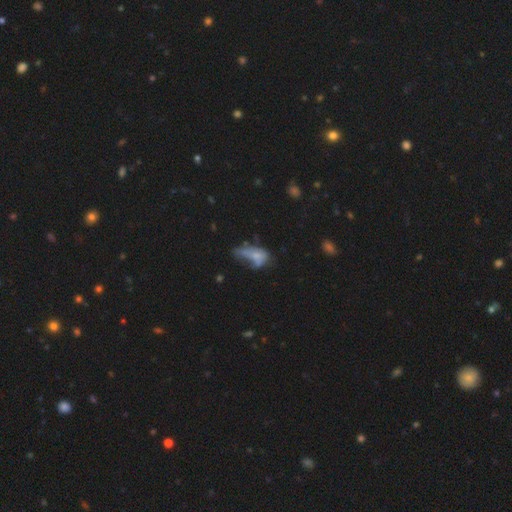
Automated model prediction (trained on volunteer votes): smooth_or_featured: smooth (p=0.57) [alt: featured or disk p=0.31]
how_rounded: in between (p=0.83) [alt: cigar-shaped p=0.11]
merging: major disturbance (p=0.39) [alt: minor disturbance p=0.24]